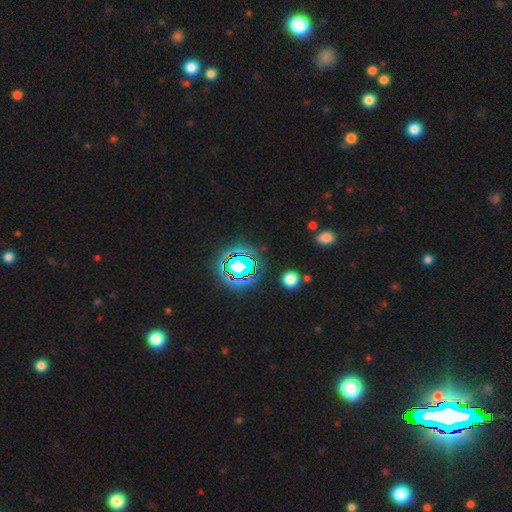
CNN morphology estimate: This is clearly a star or artifact rather than a galaxy (80%).